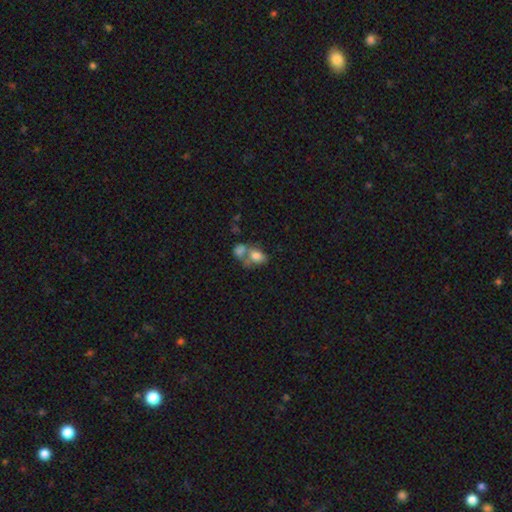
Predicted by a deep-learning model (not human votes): Q: Smooth or featured?
A: smooth (75%); runner-up: featured or disk (16%)
Q: How rounded?
A: in between (76%); runner-up: round (22%)
Q: Merging?
A: merger (56%); runner-up: none (26%)